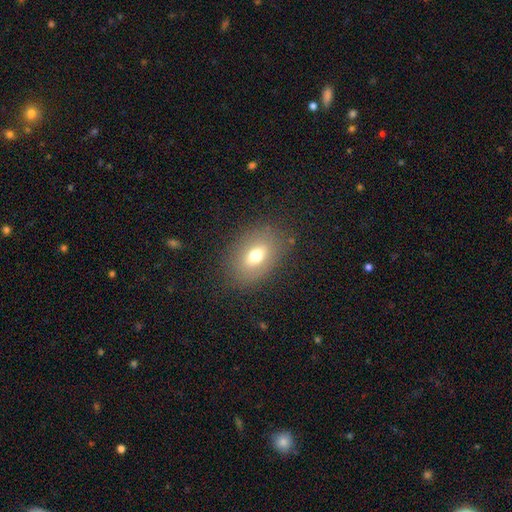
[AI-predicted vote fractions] This appears to be a smooth galaxy with no disk features (67%) that is in between round and cigar-shaped (78%). Merging: none (81%).